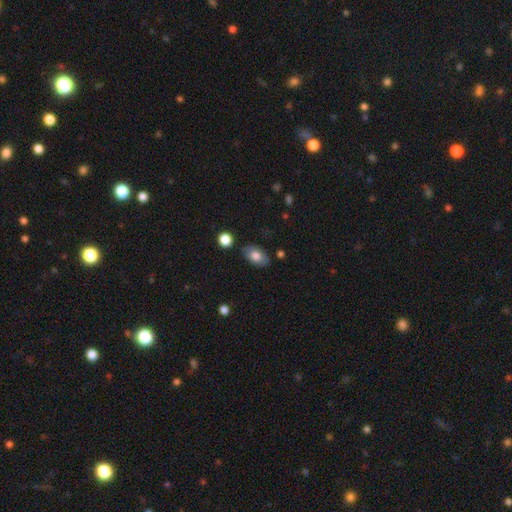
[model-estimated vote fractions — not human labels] Q: Smooth or featured?
A: smooth (78%); runner-up: featured or disk (15%)
Q: How rounded?
A: in between (91%); runner-up: round (8%)
Q: Merging?
A: none (83%); runner-up: minor disturbance (12%)